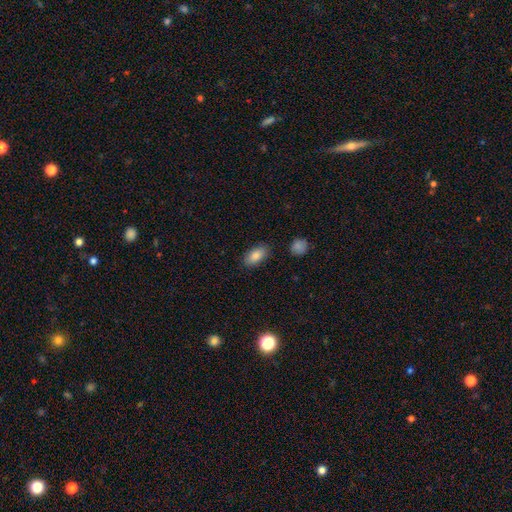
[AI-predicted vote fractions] Smooth or featured: smooth — 85% (featured or disk — 7%)
How rounded: in between — 91% (round — 4%)
Merging: none — 85% (minor disturbance — 10%)